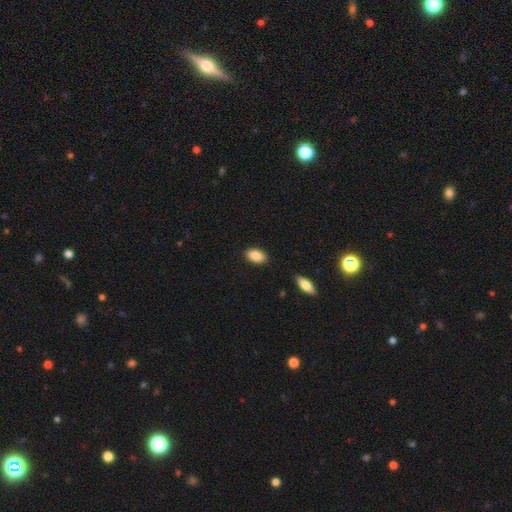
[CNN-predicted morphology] A smooth galaxy with no disk features (89%) that is in between round and cigar-shaped (92%). Merging: none (88%).